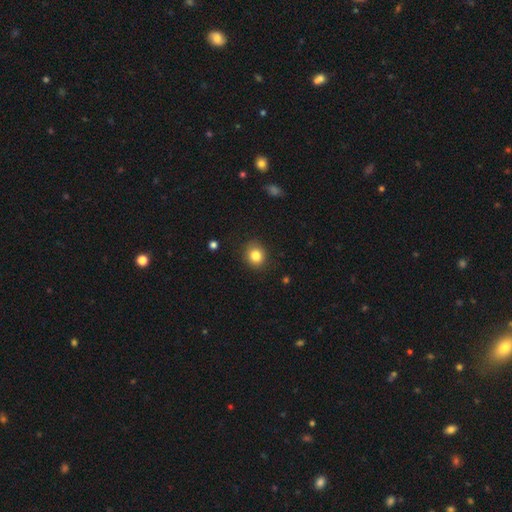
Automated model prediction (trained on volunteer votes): A smooth galaxy with no disk features (83%) that is round (78%). Merging: none (88%).